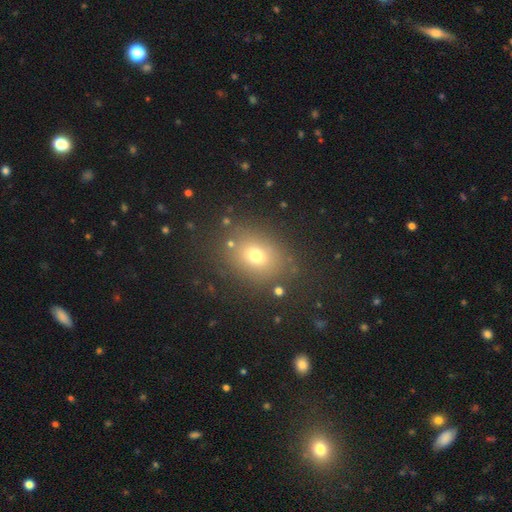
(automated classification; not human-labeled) smooth 69%, star or artifact 18%, featured or disk 12%. Down the decision tree: how rounded — in between (54%); merging — none (81%).